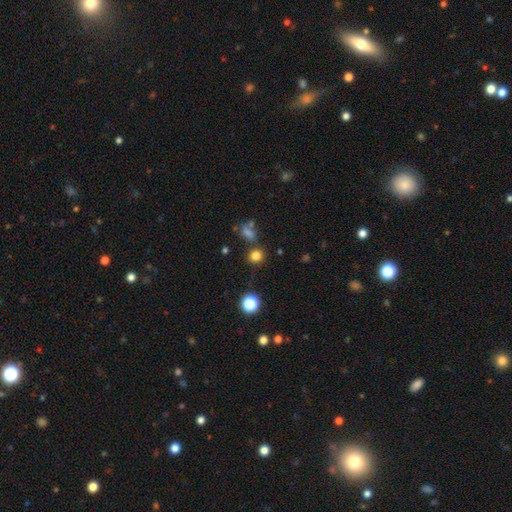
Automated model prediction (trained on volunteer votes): smooth_or_featured: smooth (p=0.79) [alt: star or artifact p=0.17]
how_rounded: round (p=0.85) [alt: in between p=0.14]
merging: none (p=0.78) [alt: minor disturbance p=0.10]